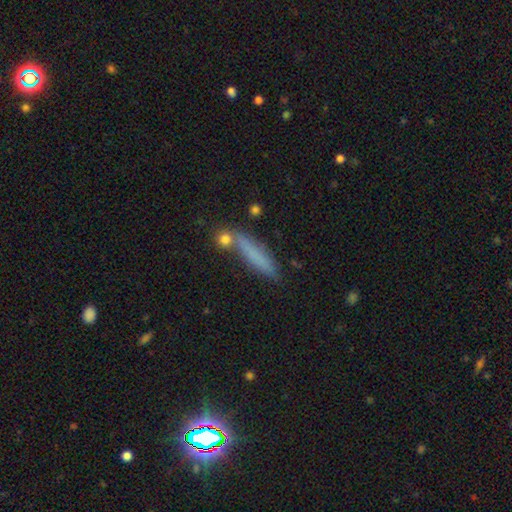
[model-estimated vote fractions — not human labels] Smooth or featured? Predicted: smooth (p=0.69). How rounded? Predicted: cigar-shaped (p=0.89). Merging? Predicted: none (p=0.71).